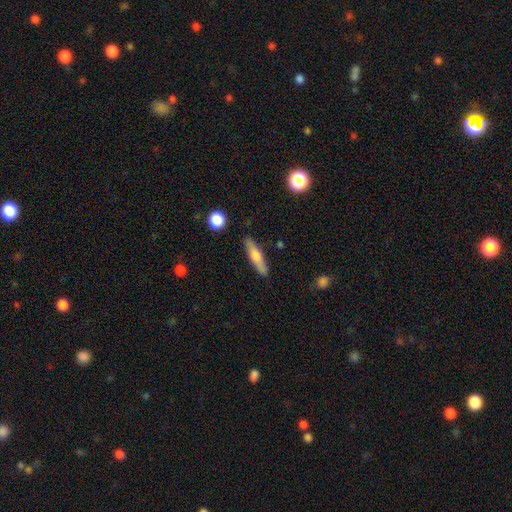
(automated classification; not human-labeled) Q: Smooth or featured?
A: smooth (50%); runner-up: featured or disk (44%)
Q: How rounded?
A: cigar-shaped (78%); runner-up: in between (19%)
Q: Merging?
A: none (86%); runner-up: minor disturbance (9%)